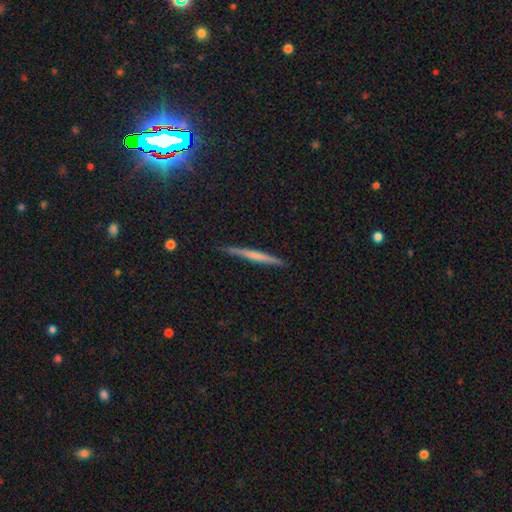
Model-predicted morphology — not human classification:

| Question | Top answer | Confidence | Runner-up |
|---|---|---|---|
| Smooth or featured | featured or disk | 50% | smooth (43%) |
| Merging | none | 89% | minor disturbance (8%) |